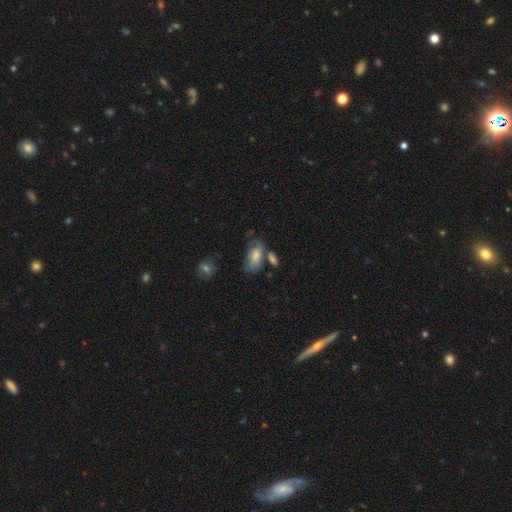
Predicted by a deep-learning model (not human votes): Overall: smooth (69%). How rounded: in between (90%). Merging: none (44%; minor disturbance 26%).